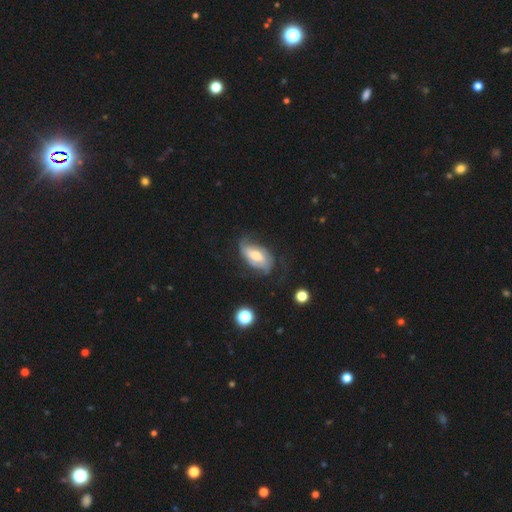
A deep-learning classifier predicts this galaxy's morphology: Q: Smooth or featured?
A: featured or disk (59%); runner-up: smooth (34%)
Q: Edge-on disk?
A: no (92%); runner-up: yes (8%)
Q: Bar?
A: no (46%); runner-up: weak (40%)
Q: Spiral arms?
A: yes (85%); runner-up: no (15%)
Q: Bulge size?
A: moderate (52%); runner-up: small (20%)
Q: Merging?
A: none (49%); runner-up: minor disturbance (28%)